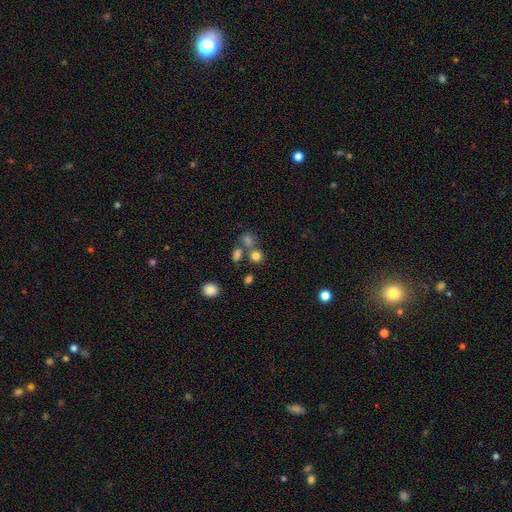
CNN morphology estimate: smooth-or-featured: smooth: 77% | star or artifact: 16% | featured or disk: 8%
  how-rounded: round: 79% | in between: 20% | cigar-shaped: 1%
  merging: none: 58% | merger: 29% | minor disturbance: 9% | major disturbance: 5%